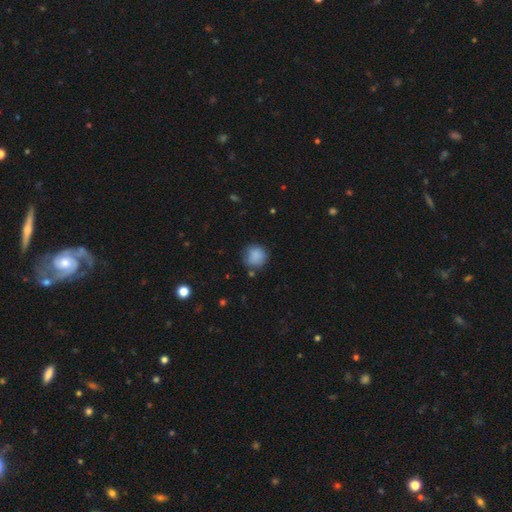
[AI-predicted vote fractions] Smooth or featured? smooth (85%)
How rounded? round (90%)
Merging? none (72%)